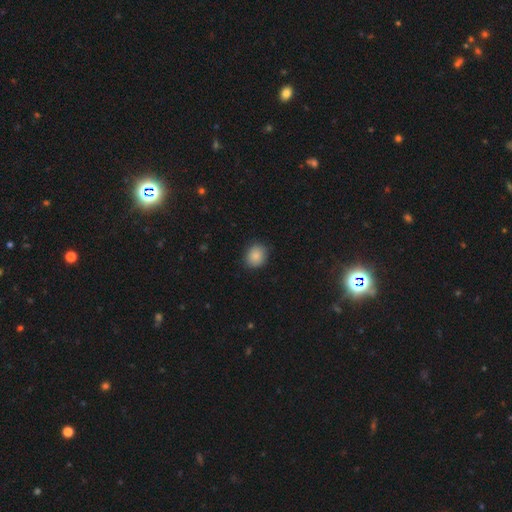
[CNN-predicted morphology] Overall: smooth (87%). How rounded: round (63%; in between 36%). Merging: none (85%).